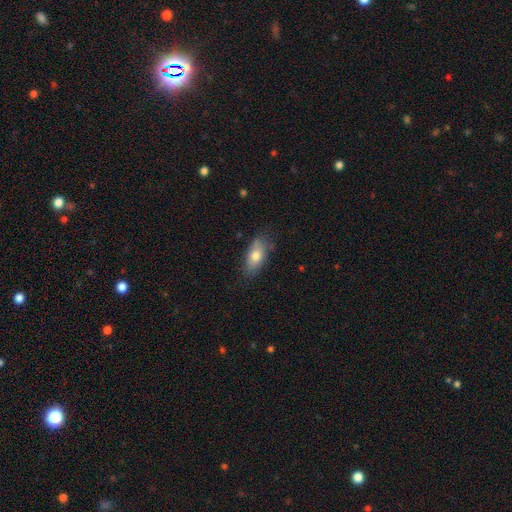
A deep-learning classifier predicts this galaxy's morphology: smooth-or-featured: smooth: 74% | featured or disk: 19% | star or artifact: 7%
  how-rounded: in between: 86% | cigar-shaped: 9% | round: 5%
  merging: none: 74% | minor disturbance: 20% | major disturbance: 4% | merger: 2%